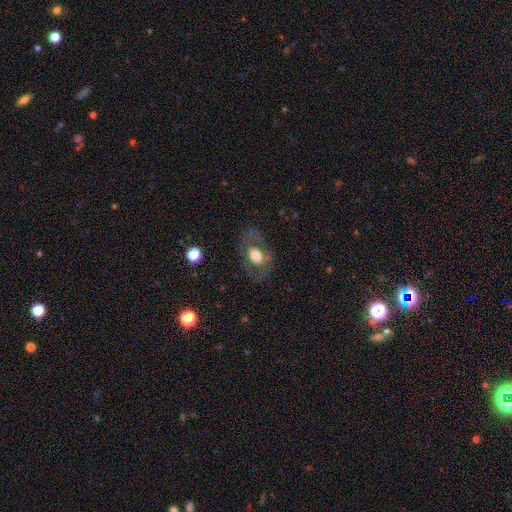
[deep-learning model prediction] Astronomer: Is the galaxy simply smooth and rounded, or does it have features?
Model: smooth — 50% (runner-up: featured or disk, 43%).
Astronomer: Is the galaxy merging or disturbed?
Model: none — 75%.